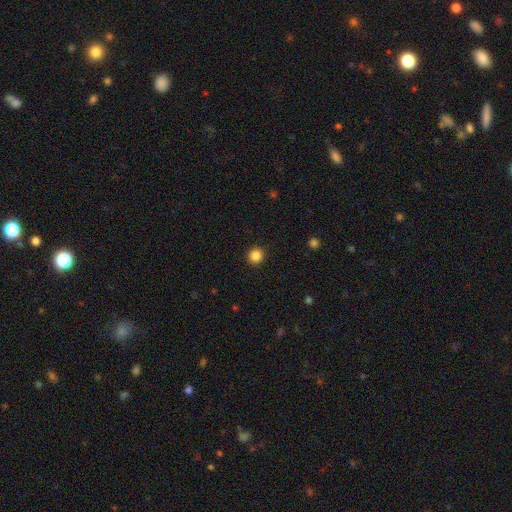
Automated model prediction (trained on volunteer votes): smooth_or_featured: smooth (p=0.85) [alt: star or artifact p=0.11]
how_rounded: round (p=0.92) [alt: in between p=0.07]
merging: none (p=0.92) [alt: minor disturbance p=0.05]